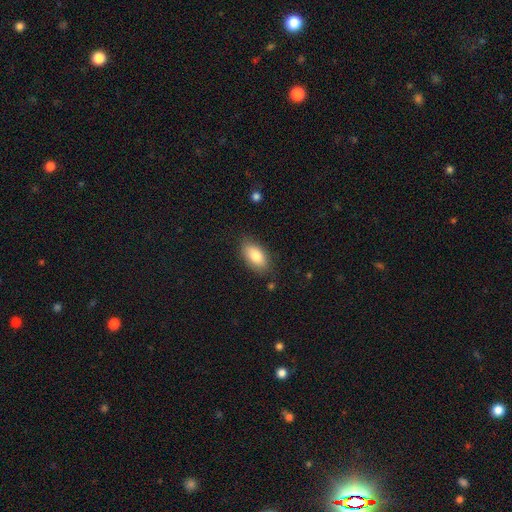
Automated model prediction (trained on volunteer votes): Smooth or featured? smooth (84%)
How rounded? in between (92%)
Merging? none (81%)